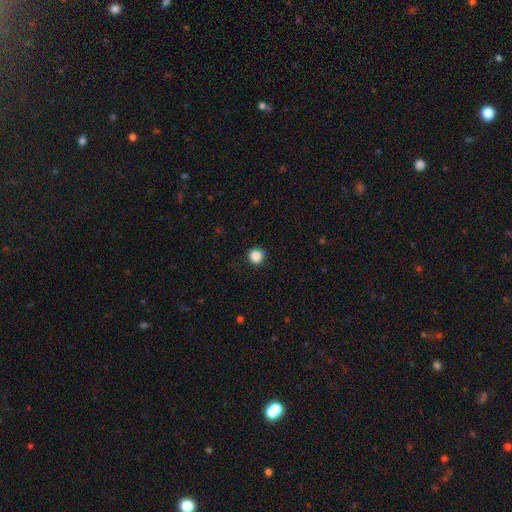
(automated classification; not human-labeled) smooth 86%, star or artifact 11%, featured or disk 3%. Down the decision tree: how rounded — round (94%); merging — none (91%).